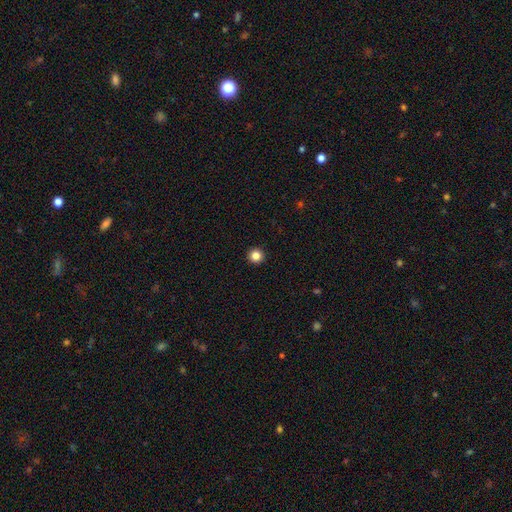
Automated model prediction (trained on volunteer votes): smooth 85%, star or artifact 11%, featured or disk 4%. Down the decision tree: how rounded — round (96%); merging — none (94%).